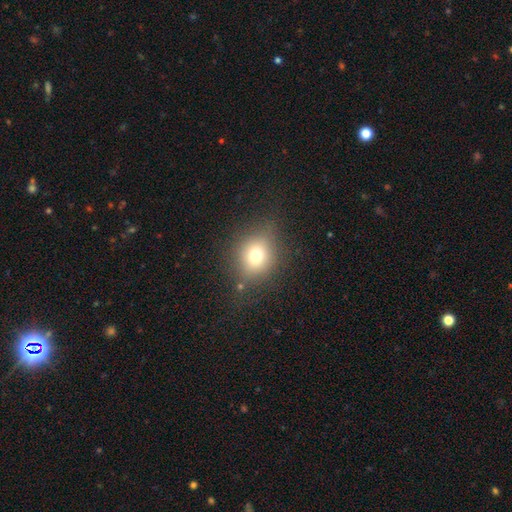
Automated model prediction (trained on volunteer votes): A smooth galaxy with no disk features (71%) that is round (74%). Merging: none (79%).